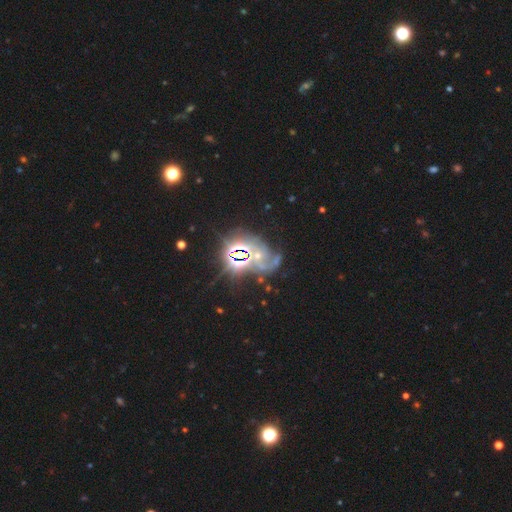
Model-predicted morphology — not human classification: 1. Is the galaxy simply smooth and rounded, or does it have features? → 52% star or artifact, 36% featured or disk, 12% smooth.